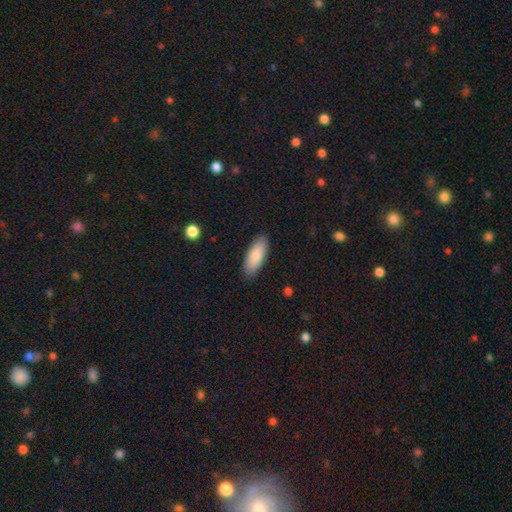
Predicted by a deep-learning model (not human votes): This is clearly a smooth galaxy (85%). How rounded: likely in between (78%). Merging: clearly none (87%).